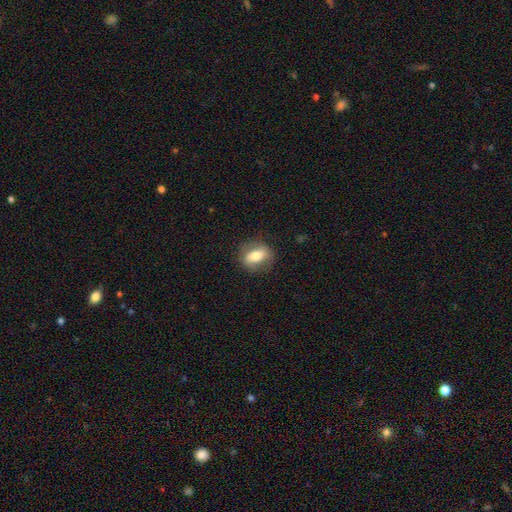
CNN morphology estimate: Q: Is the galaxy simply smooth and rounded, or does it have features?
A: smooth — 64%.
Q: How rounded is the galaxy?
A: in between — 68%.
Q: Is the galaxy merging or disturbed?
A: none — 78%.